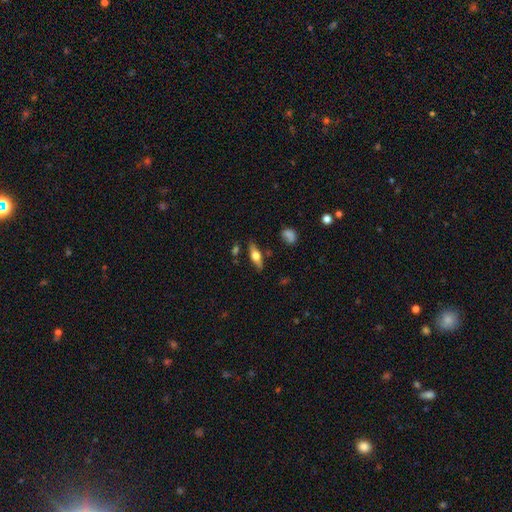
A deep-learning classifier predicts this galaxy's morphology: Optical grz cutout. It shows a smooth galaxy with no disk features (47%). Merging: none (82%).